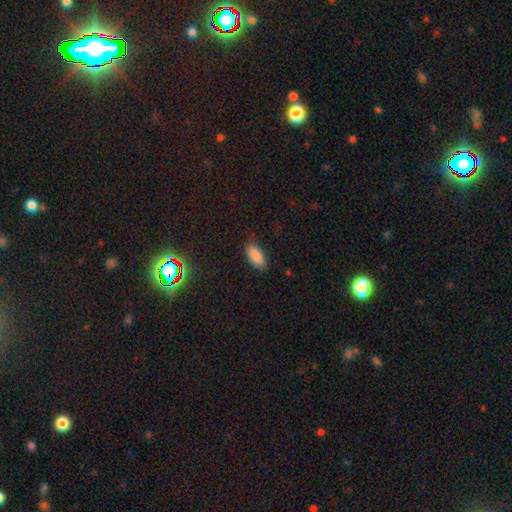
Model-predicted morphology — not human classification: Smooth or featured?
  - smooth: 87% *
  - star or artifact: 8%
  - featured or disk: 5%
How rounded?
  - in between: 89% *
  - cigar-shaped: 8%
  - round: 2%
Merging?
  - none: 79% *
  - minor disturbance: 16%
  - major disturbance: 4%
  - merger: 1%